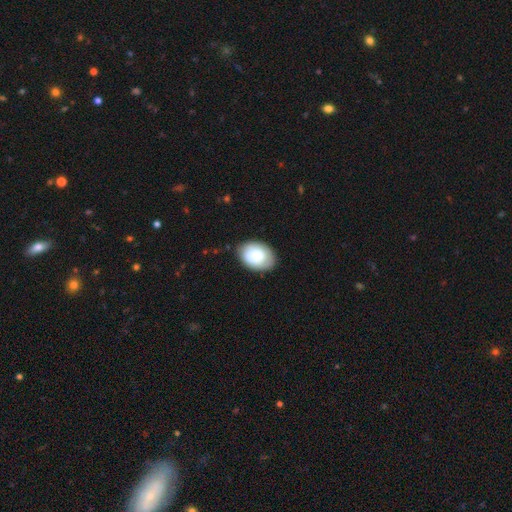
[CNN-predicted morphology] A smooth galaxy with no disk features (80%) that is in between round and cigar-shaped (79%). Merging: none (77%).